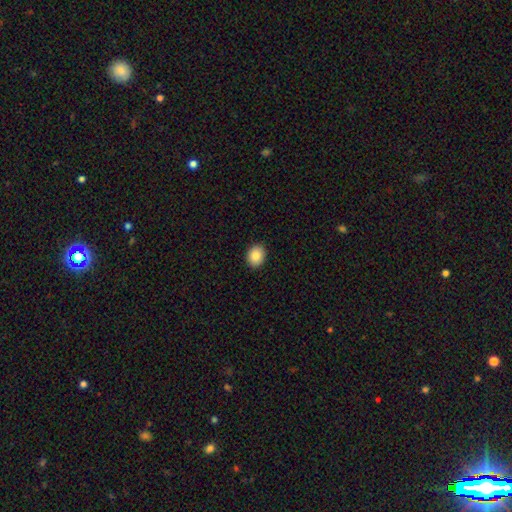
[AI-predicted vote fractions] Smooth or featured?
  - smooth: 88% *
  - star or artifact: 8%
  - featured or disk: 4%
How rounded?
  - in between: 52% *
  - round: 47%
  - cigar-shaped: 1%
Merging?
  - none: 91% *
  - minor disturbance: 7%
  - major disturbance: 2%
  - merger: 1%